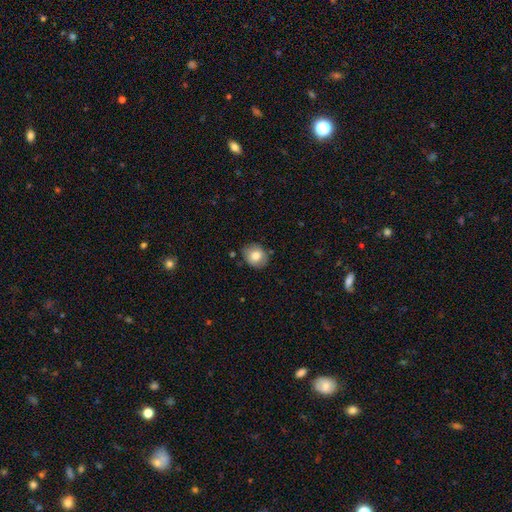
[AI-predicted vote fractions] Smooth or featured? smooth (79%)
How rounded? round (65%)
Merging? none (81%)